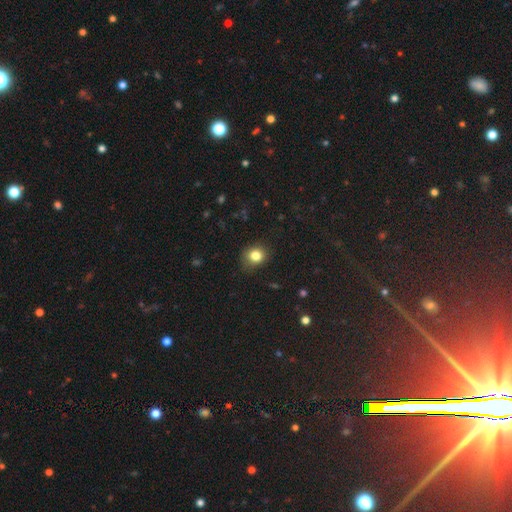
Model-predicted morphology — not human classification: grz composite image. It shows a smooth galaxy with no disk features (82%) that is round (73%). Merging: none (80%).